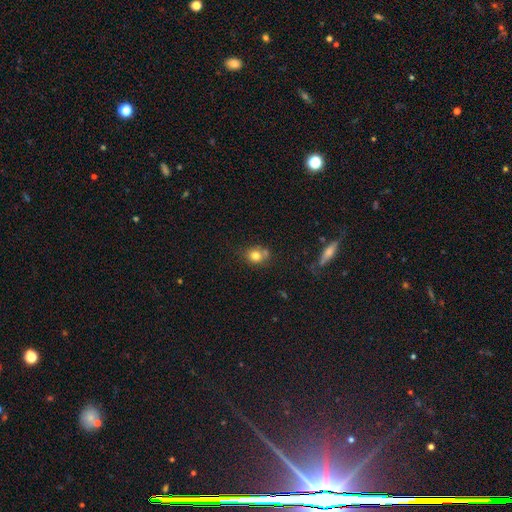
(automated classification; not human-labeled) Smooth or featured: smooth — 77% (star or artifact — 11%)
How rounded: round — 68% (in between — 31%)
Merging: none — 57% (merger — 19%)